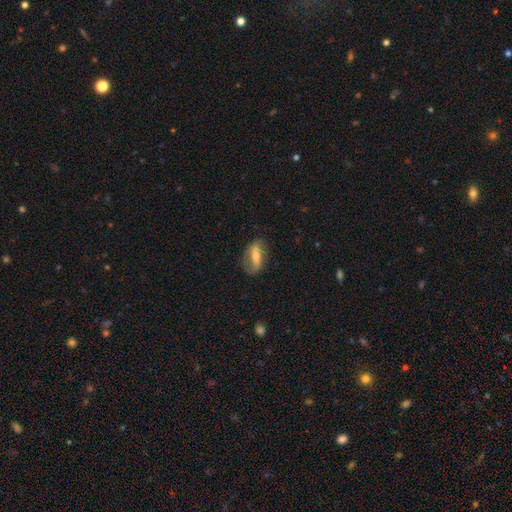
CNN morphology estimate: The model was most divided on "smooth or featured": featured or disk: 57%, smooth: 35%, star or artifact: 8%. More confident: edge-on disk — no (82%); merging — none (71%).